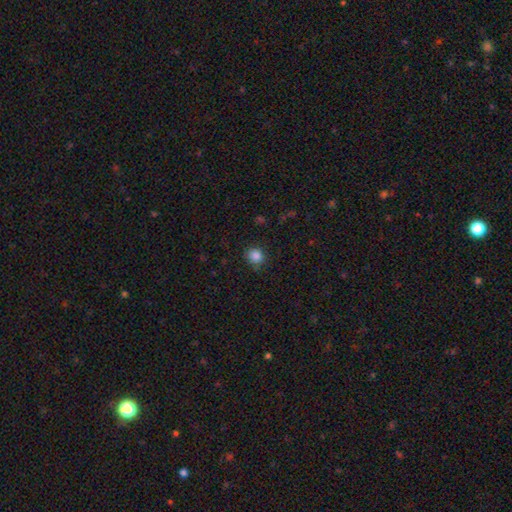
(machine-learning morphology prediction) The model was most divided on "merging": none: 84%, minor disturbance: 12%, major disturbance: 3%, merger: 2%. More confident: how rounded — round (86%); smooth or featured — smooth (85%).